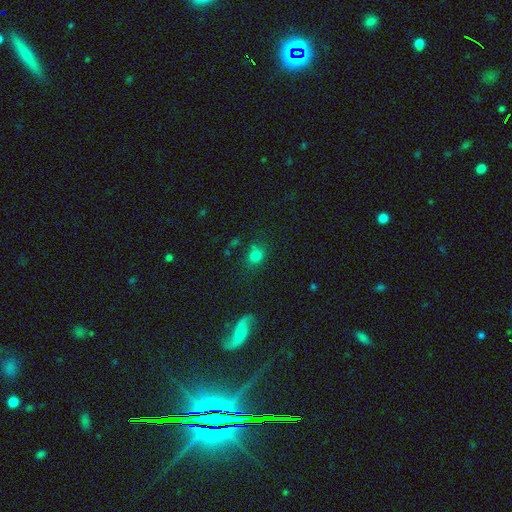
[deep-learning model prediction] The model was most divided on "how rounded": round: 67%, in between: 31%, cigar-shaped: 1%. More confident: smooth or featured — smooth (77%); merging — none (72%).